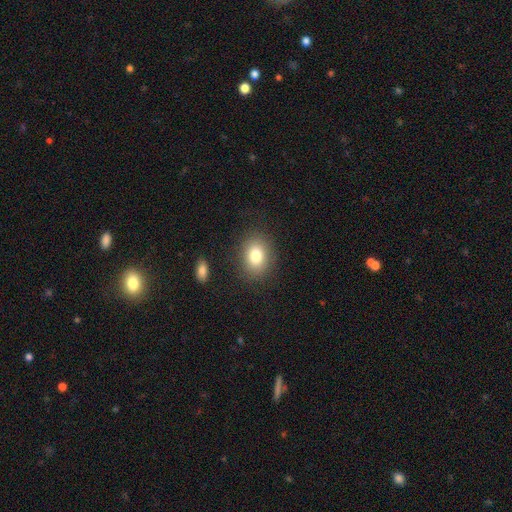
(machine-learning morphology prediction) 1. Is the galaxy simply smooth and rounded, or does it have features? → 80% smooth, 10% star or artifact, 10% featured or disk.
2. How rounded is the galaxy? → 61% in between, 38% round, 1% cigar-shaped.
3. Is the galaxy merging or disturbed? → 84% none, 10% minor disturbance, 4% major disturbance, 2% merger.